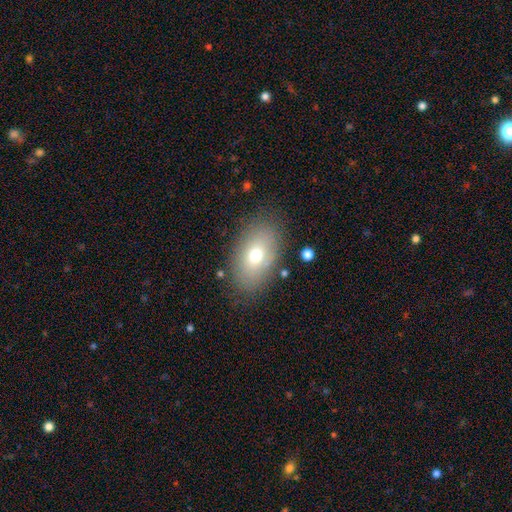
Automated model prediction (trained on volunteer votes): A smooth galaxy with no disk features (68%) that is in between round and cigar-shaped (86%).

Vote fractions:
- Smooth or featured? smooth: 68% / featured or disk: 20% / star or artifact: 12%
- How rounded? in between: 86% / round: 12% / cigar-shaped: 1%
- Merging? none: 81% / minor disturbance: 12% / major disturbance: 5% / merger: 2%